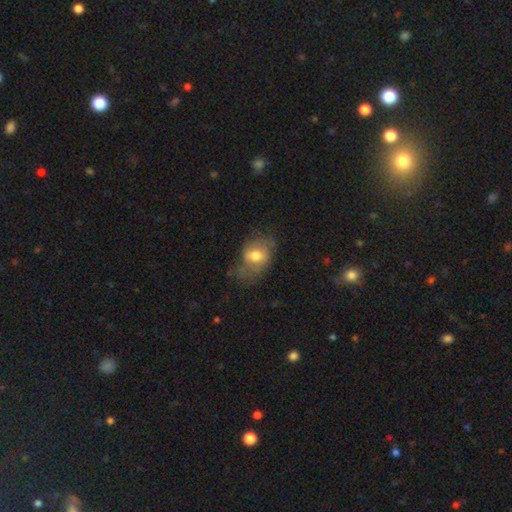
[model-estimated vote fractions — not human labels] The model was most divided on "merging": none: 38%, minor disturbance: 33%, major disturbance: 27%, merger: 2%. More confident: how rounded — in between (78%); smooth or featured — smooth (63%).